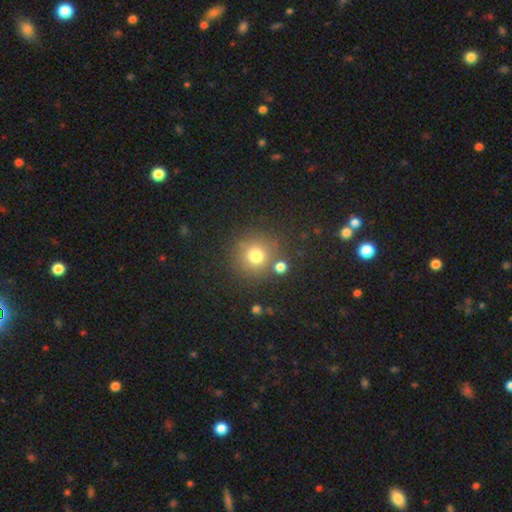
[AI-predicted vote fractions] A smooth galaxy with no disk features (74%) that is round (93%).

Vote fractions:
- Smooth or featured? smooth: 74% / star or artifact: 17% / featured or disk: 9%
- How rounded? round: 93% / in between: 6% / cigar-shaped: 1%
- Merging? none: 78% / merger: 10% / minor disturbance: 9% / major disturbance: 4%